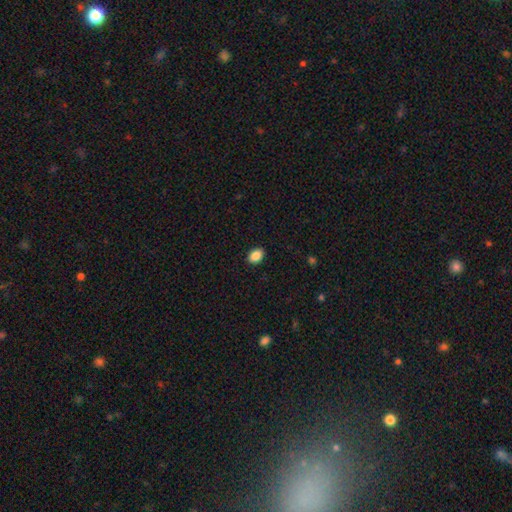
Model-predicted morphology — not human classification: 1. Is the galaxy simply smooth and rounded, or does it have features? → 88% smooth, 8% star or artifact, 3% featured or disk.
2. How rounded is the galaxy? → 77% in between, 22% round, 1% cigar-shaped.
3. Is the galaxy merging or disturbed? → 90% none, 7% minor disturbance, 2% major disturbance, 1% merger.